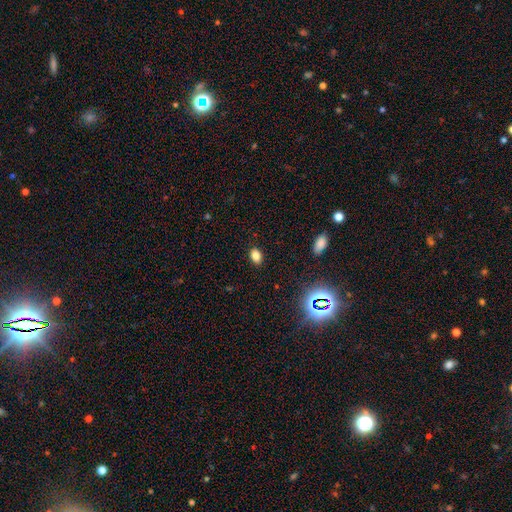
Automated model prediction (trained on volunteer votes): Smooth or featured: smooth — 80% (star or artifact — 13%)
How rounded: in between — 79% (round — 20%)
Merging: none — 89% (minor disturbance — 8%)